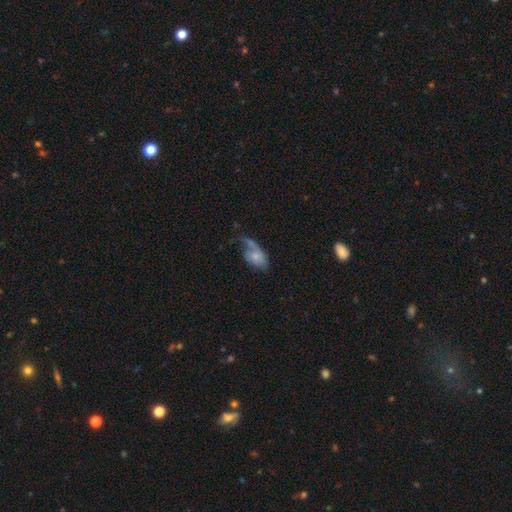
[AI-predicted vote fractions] smooth 55%, featured or disk 37%, star or artifact 8%. Down the decision tree: how rounded — in between (90%); merging — major disturbance (36%).